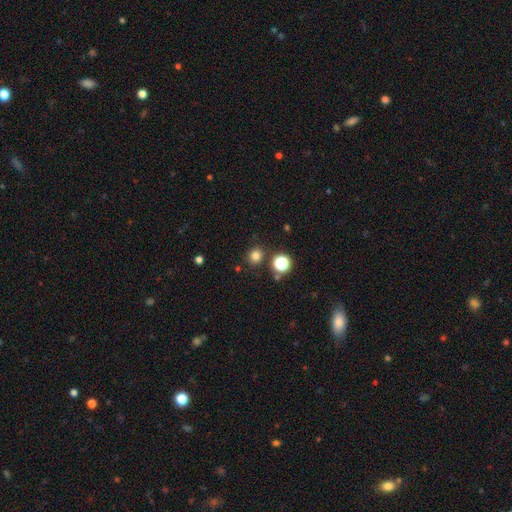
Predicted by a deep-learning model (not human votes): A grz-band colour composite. It shows a smooth galaxy with no disk features (79%) that is round (87%). Merging: none (85%).